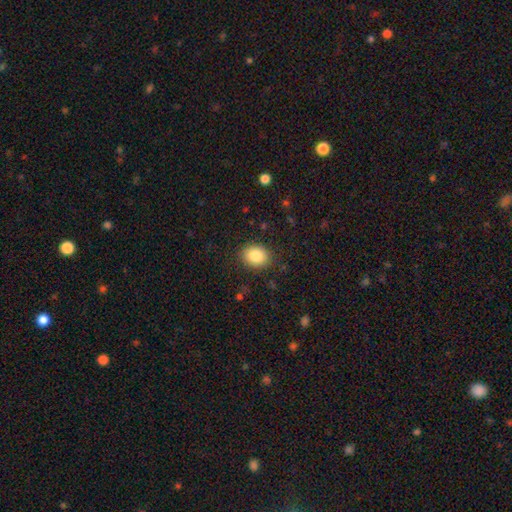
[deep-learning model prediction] Smooth or featured? smooth (85%)
How rounded? in between (53%)
Merging? none (87%)